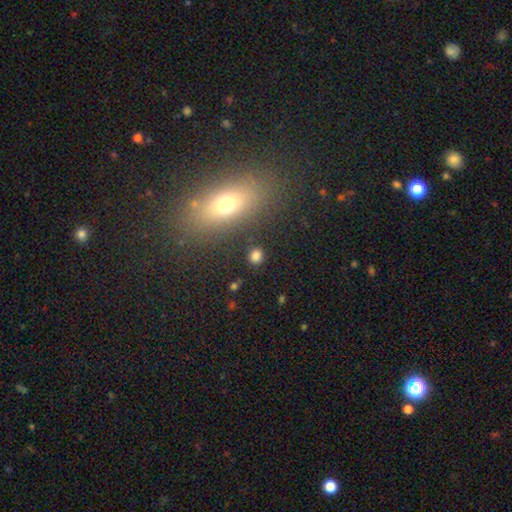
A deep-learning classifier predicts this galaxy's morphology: Q: Smooth or featured?
A: smooth (80%); runner-up: star or artifact (14%)
Q: How rounded?
A: round (79%); runner-up: in between (20%)
Q: Merging?
A: none (87%); runner-up: minor disturbance (7%)